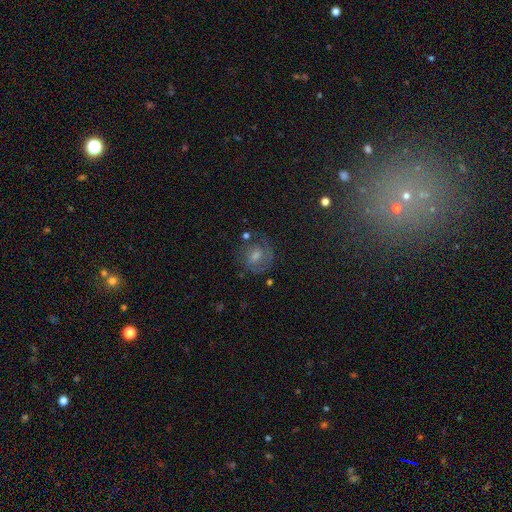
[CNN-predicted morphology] This is possibly a featured or disk galaxy (49%). Merging: likely none (72%).